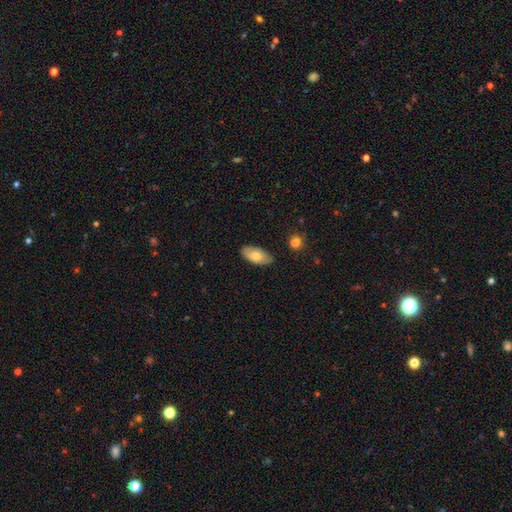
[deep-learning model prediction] smooth_or_featured: smooth (p=0.74) [alt: featured or disk p=0.20]
how_rounded: in between (p=0.92) [alt: cigar-shaped p=0.05]
merging: none (p=0.83) [alt: minor disturbance p=0.14]